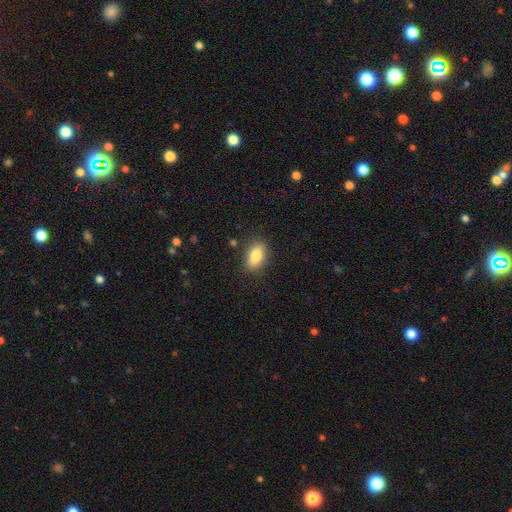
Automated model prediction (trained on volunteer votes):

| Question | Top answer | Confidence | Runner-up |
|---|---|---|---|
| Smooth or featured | smooth | 83% | featured or disk (10%) |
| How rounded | in between | 87% | round (7%) |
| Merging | none | 85% | minor disturbance (11%) |